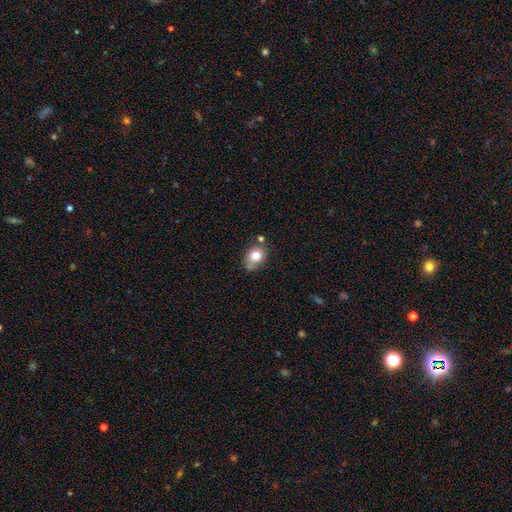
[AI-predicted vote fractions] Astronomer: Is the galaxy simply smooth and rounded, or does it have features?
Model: smooth — 78%.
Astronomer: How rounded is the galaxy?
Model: round — 50% (runner-up: in between, 49%).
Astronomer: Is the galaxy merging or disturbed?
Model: none — 60%.